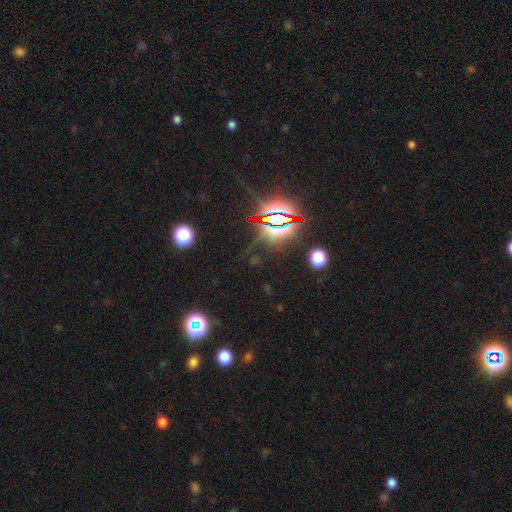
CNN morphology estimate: Smooth or featured? star or artifact (79%)